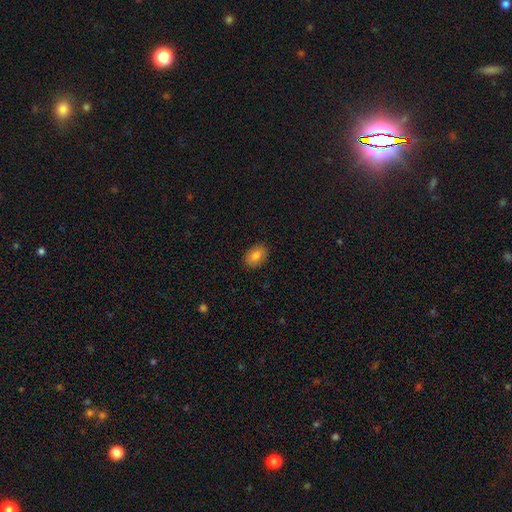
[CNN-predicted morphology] Smooth or featured: smooth — 83% (featured or disk — 9%)
How rounded: in between — 82% (round — 16%)
Merging: none — 88% (minor disturbance — 9%)